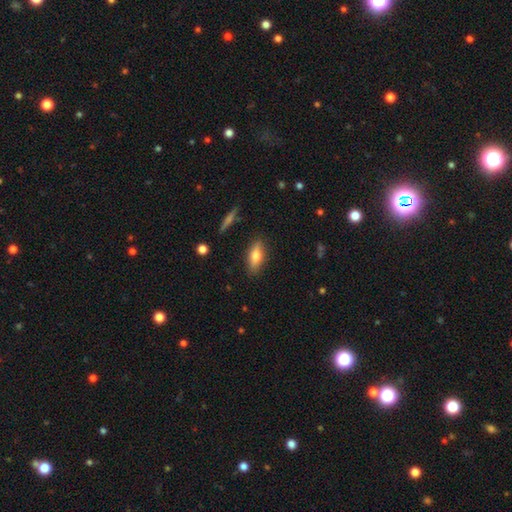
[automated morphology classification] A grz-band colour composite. It shows a smooth galaxy with no disk features (72%) that is in between round and cigar-shaped (67%). Merging: none (85%).